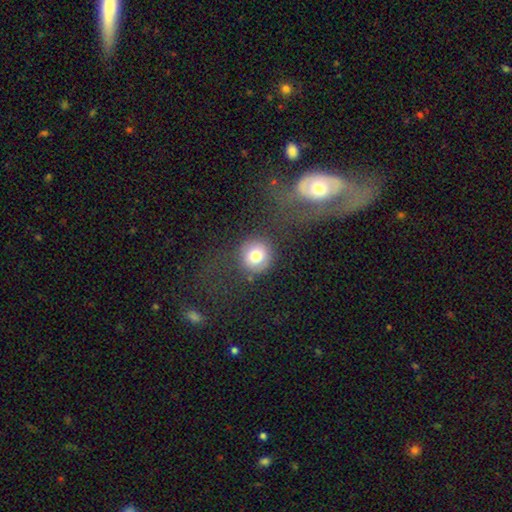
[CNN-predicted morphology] smooth 78%, featured or disk 12%, star or artifact 10%. Down the decision tree: how rounded — round (91%); merging — none (76%).